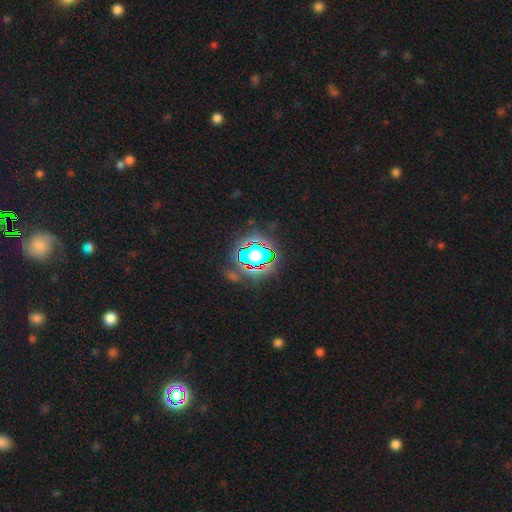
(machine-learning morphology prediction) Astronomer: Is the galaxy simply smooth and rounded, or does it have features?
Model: star or artifact — 60%.